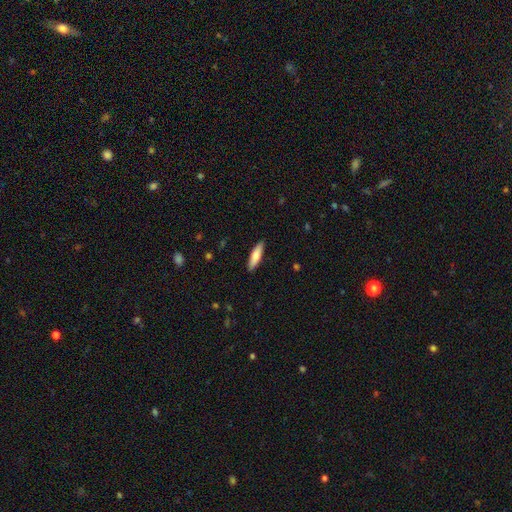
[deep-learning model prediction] Q: Smooth or featured?
A: smooth (76%); runner-up: featured or disk (19%)
Q: How rounded?
A: cigar-shaped (65%); runner-up: in between (34%)
Q: Merging?
A: none (90%); runner-up: minor disturbance (8%)